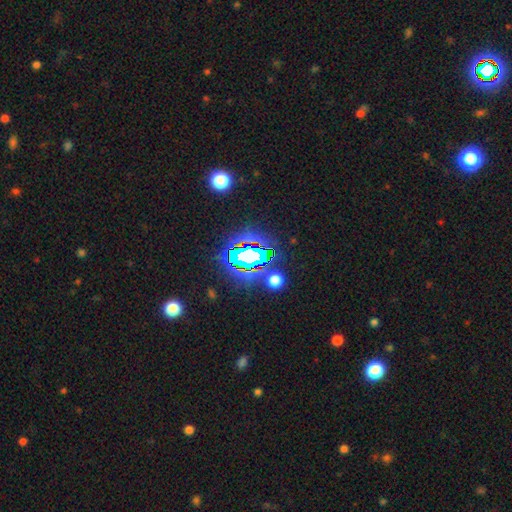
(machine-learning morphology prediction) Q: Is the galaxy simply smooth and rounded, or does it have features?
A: star or artifact — 82%.